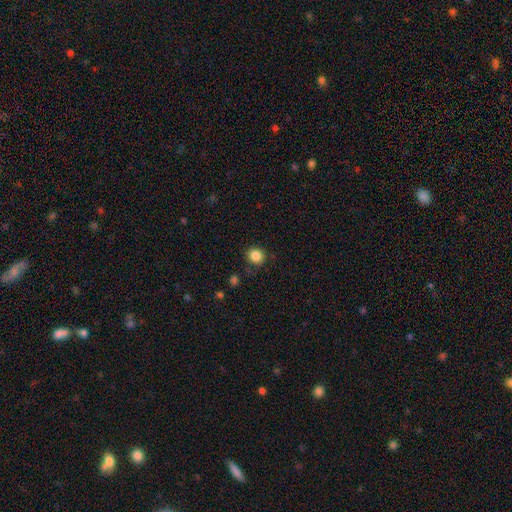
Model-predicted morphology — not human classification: smooth 86%, star or artifact 10%, featured or disk 4%. Down the decision tree: how rounded — round (87%); merging — none (85%).